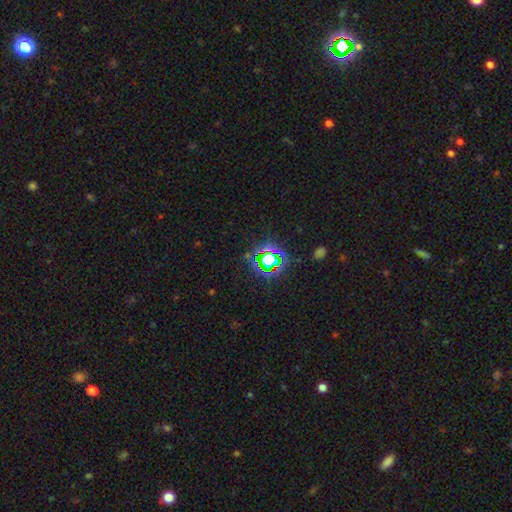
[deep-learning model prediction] Overall: star or artifact (78%).